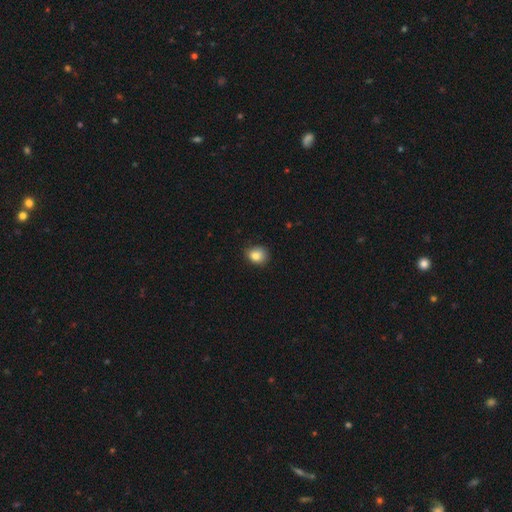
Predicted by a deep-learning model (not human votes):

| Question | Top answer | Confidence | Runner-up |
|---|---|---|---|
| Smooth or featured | smooth | 83% | star or artifact (10%) |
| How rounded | round | 68% | in between (31%) |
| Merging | none | 78% | minor disturbance (18%) |